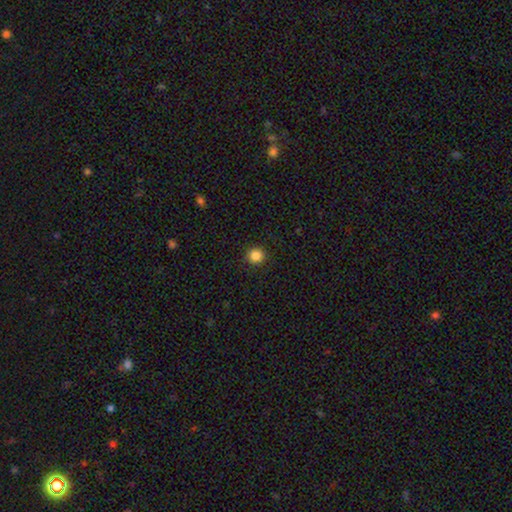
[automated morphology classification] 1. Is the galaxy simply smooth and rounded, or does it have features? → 86% smooth, 11% star or artifact, 3% featured or disk.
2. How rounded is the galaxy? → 93% round, 6% in between, 1% cigar-shaped.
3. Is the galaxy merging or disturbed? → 91% none, 6% minor disturbance, 2% major disturbance, 1% merger.